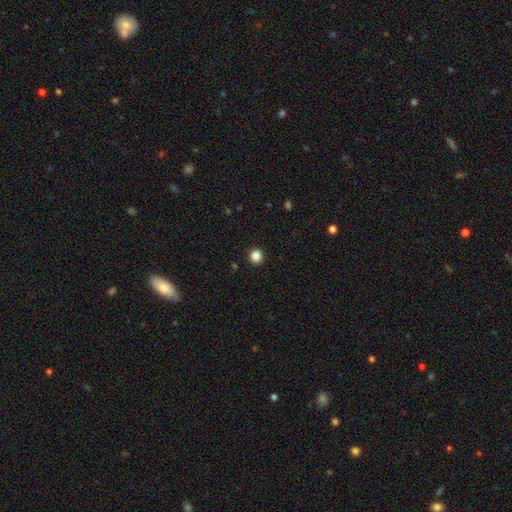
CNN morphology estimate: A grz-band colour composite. It shows a smooth galaxy with no disk features (85%) that is round (93%). Merging: none (93%).